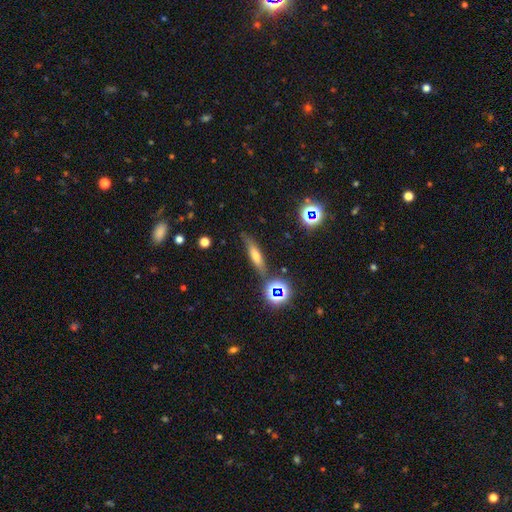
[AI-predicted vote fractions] Q: Smooth or featured?
A: smooth (49%); runner-up: featured or disk (34%)
Q: Merging?
A: none (75%); runner-up: minor disturbance (15%)